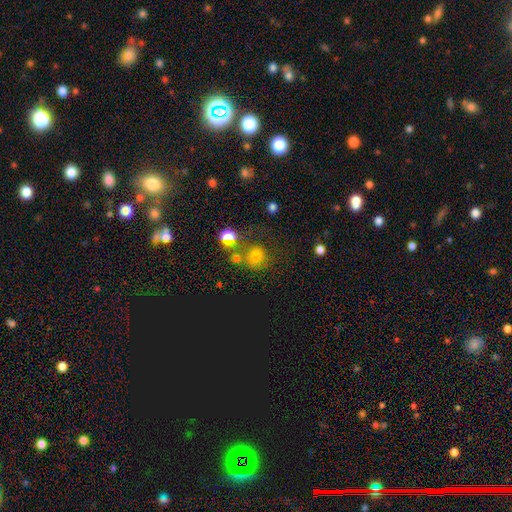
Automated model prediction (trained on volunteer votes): Morphology: type=smooth (69%); roundness=round (84%); merging=none (57%).